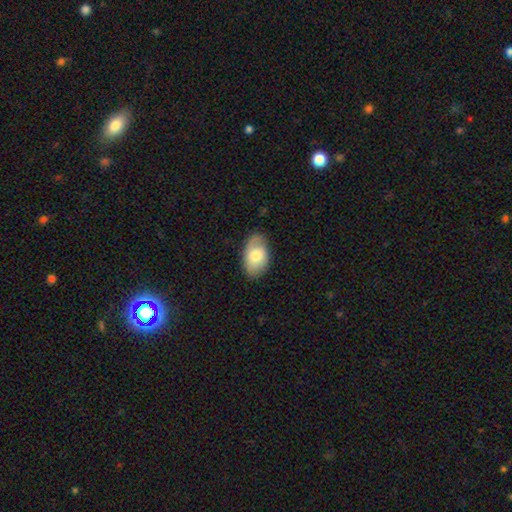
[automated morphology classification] This appears to be a smooth galaxy with no disk features (68%) that is in between round and cigar-shaped (91%). Merging: none (74%).